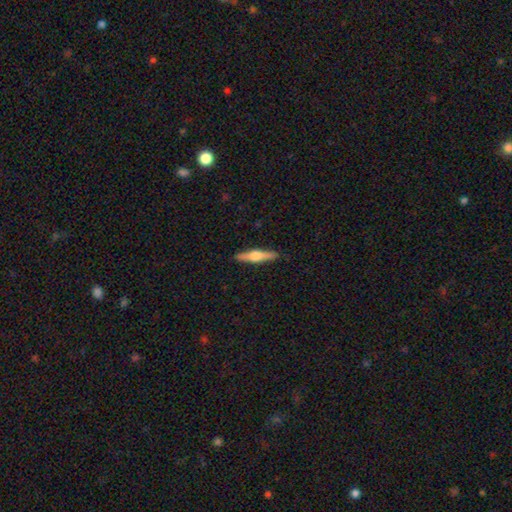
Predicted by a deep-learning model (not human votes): Smooth or featured?
  - featured or disk: 58% *
  - smooth: 37%
  - star or artifact: 5%
Edge-on disk?
  - yes: 97% *
  - no: 3%
Edge-on bulge?
  - rounded: 91% *
  - boxy: 6%
  - none: 3%
Merging?
  - none: 91% *
  - minor disturbance: 7%
  - major disturbance: 1%
  - merger: 1%